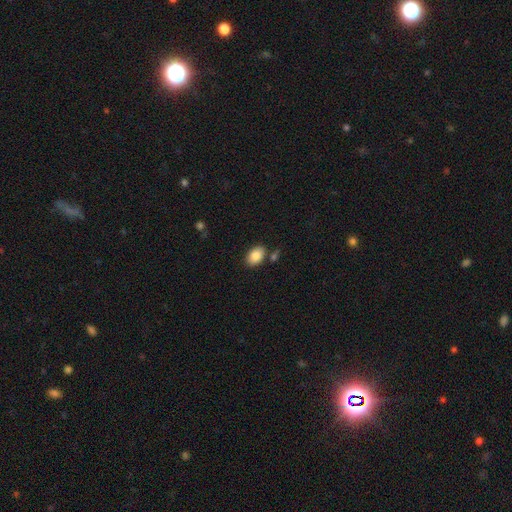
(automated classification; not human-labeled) Smooth or featured: smooth — 86% (star or artifact — 7%)
How rounded: in between — 87% (round — 12%)
Merging: none — 78% (minor disturbance — 11%)